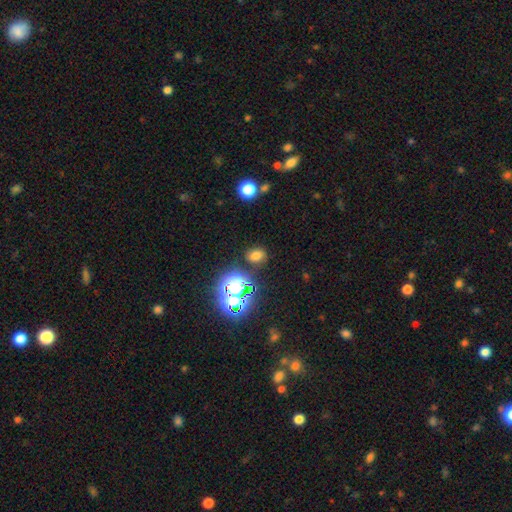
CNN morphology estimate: This appears to be a smooth galaxy with no disk features (65%) that is in between round and cigar-shaped (57%). Merging: none (80%).